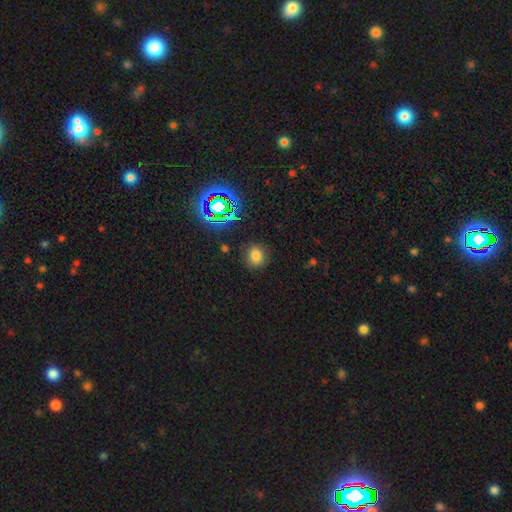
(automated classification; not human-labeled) The model was most divided on "how rounded": round: 68%, in between: 31%, cigar-shaped: 1%. More confident: merging — none (84%); smooth or featured — smooth (74%).